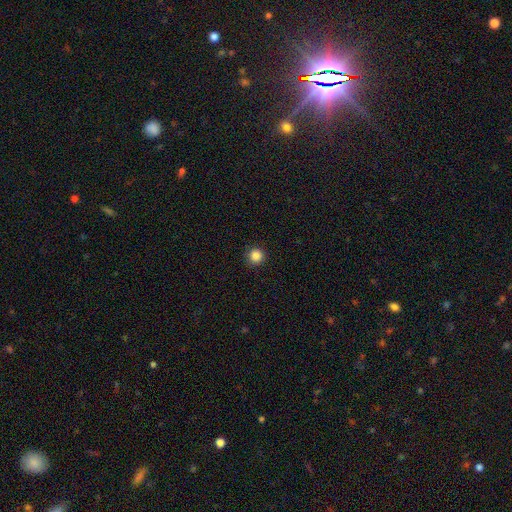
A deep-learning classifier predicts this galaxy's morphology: The model was most divided on "smooth or featured": smooth: 86%, star or artifact: 11%, featured or disk: 3%. More confident: how rounded — round (96%); merging — none (92%).